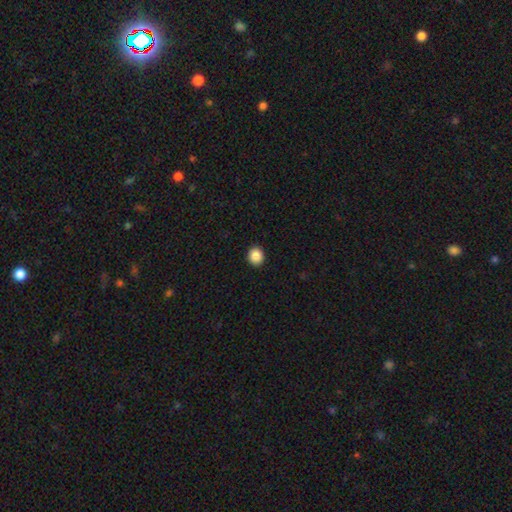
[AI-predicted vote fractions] This is clearly a smooth galaxy (88%). How rounded: likely round (80%). Merging: clearly none (93%).